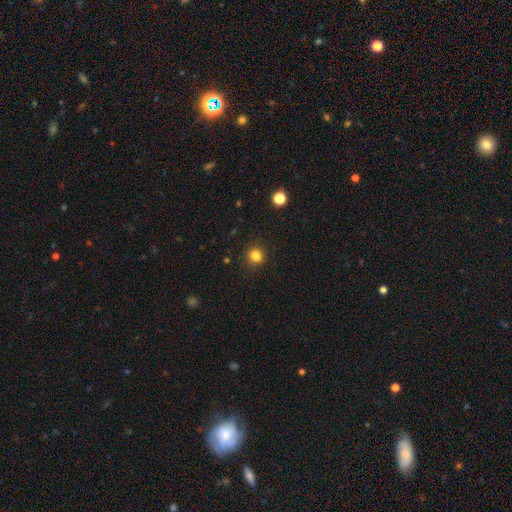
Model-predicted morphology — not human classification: A smooth galaxy with no disk features (83%) that is round (84%). Merging: none (88%).